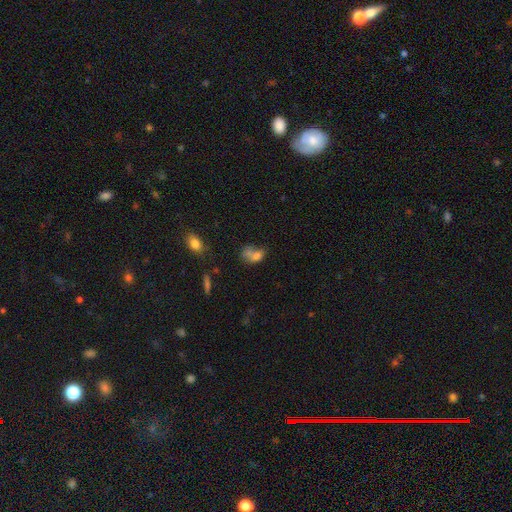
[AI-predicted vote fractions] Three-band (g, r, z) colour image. It shows a smooth galaxy with no disk features (71%) that is in between round and cigar-shaped (67%). Merging: merger (49%).